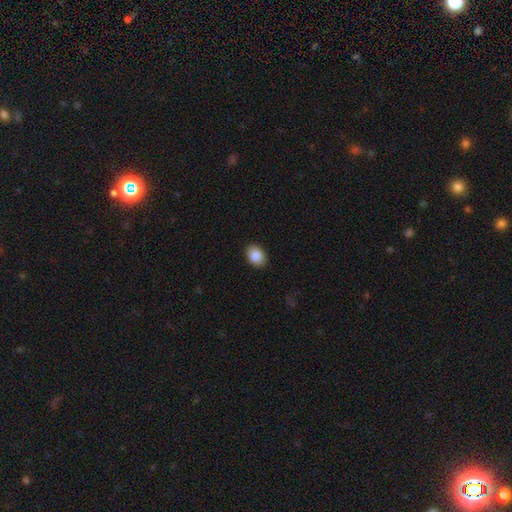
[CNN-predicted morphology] This is clearly a smooth galaxy (88%). How rounded: likely in between (69%). Merging: clearly none (89%).